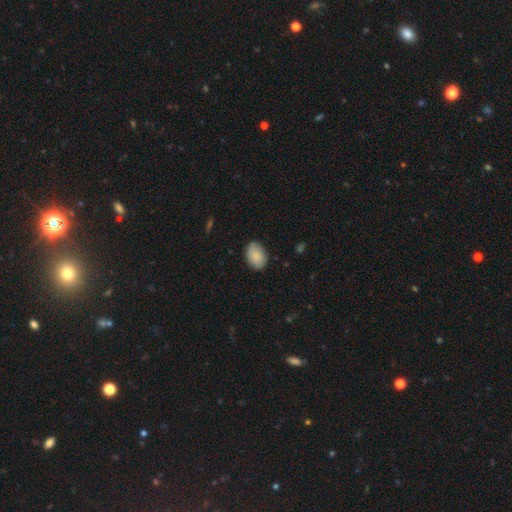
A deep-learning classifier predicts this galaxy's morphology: A smooth galaxy with no disk features (85%) that is in between round and cigar-shaped (82%). Merging: none (82%).